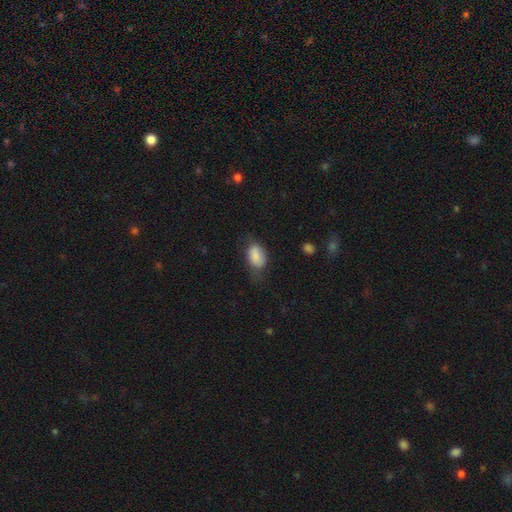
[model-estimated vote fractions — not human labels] Q: Smooth or featured?
A: smooth (81%); runner-up: featured or disk (12%)
Q: How rounded?
A: in between (88%); runner-up: round (11%)
Q: Merging?
A: none (51%); runner-up: minor disturbance (32%)